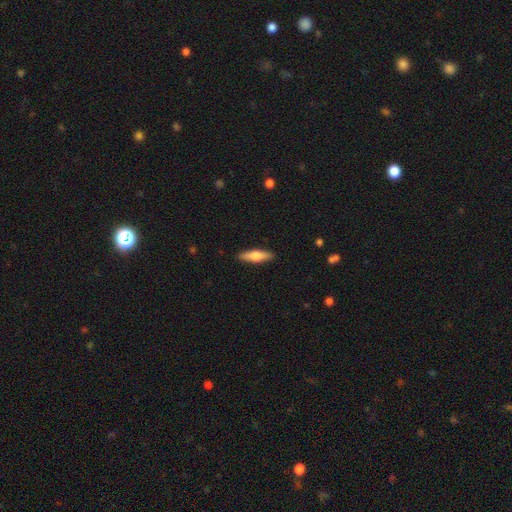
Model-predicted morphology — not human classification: smooth_or_featured: smooth (p=0.62) [alt: featured or disk p=0.33]
how_rounded: cigar-shaped (p=0.69) [alt: in between p=0.29]
merging: none (p=0.90) [alt: minor disturbance p=0.07]